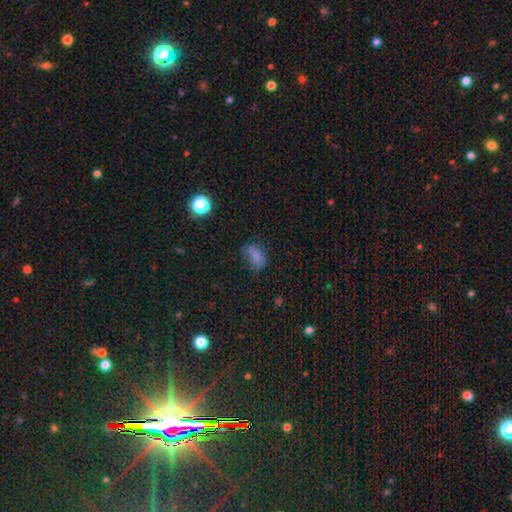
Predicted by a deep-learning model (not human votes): This appears to be a smooth galaxy with no disk features (68%) that is in between round and cigar-shaped (82%). Merging: none (60%).